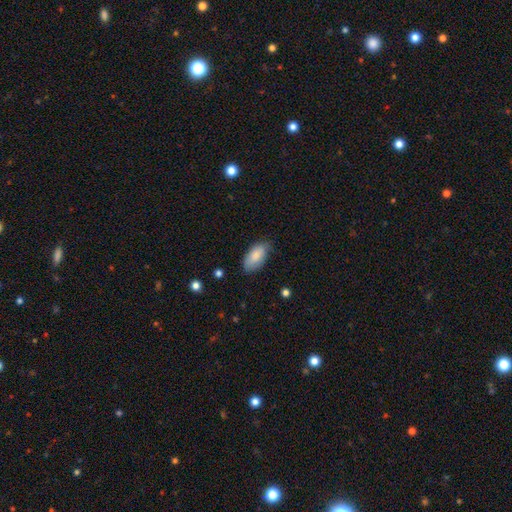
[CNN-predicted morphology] The model was most divided on "merging": none: 74%, minor disturbance: 21%, major disturbance: 3%, merger: 1%. More confident: how rounded — in between (93%); smooth or featured — smooth (85%).